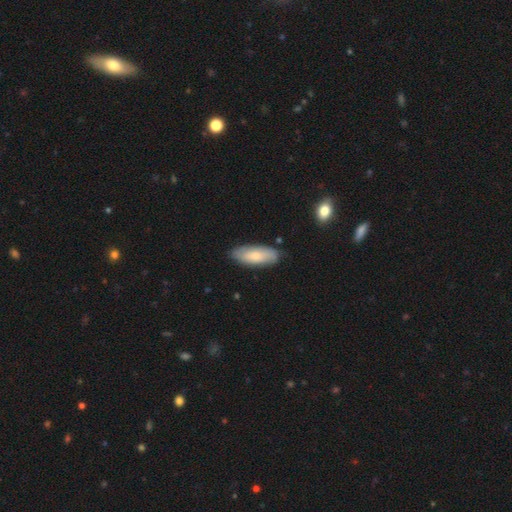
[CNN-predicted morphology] Smooth or featured?
  - smooth: 72% *
  - featured or disk: 23%
  - star or artifact: 6%
How rounded?
  - in between: 76% *
  - cigar-shaped: 23%
  - round: 2%
Merging?
  - none: 81% *
  - minor disturbance: 15%
  - major disturbance: 3%
  - merger: 2%